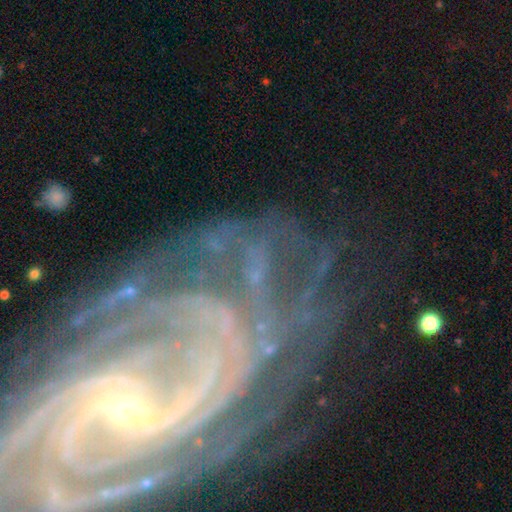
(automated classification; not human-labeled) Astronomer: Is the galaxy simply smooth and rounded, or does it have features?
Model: featured or disk — 60%.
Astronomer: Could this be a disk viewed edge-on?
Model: no — 93%.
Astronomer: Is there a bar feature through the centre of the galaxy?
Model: no — 40% (runner-up: strong, 32%).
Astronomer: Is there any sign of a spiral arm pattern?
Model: yes — 85%.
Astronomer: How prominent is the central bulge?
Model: small — 55%.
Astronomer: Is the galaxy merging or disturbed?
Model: none — 63%.